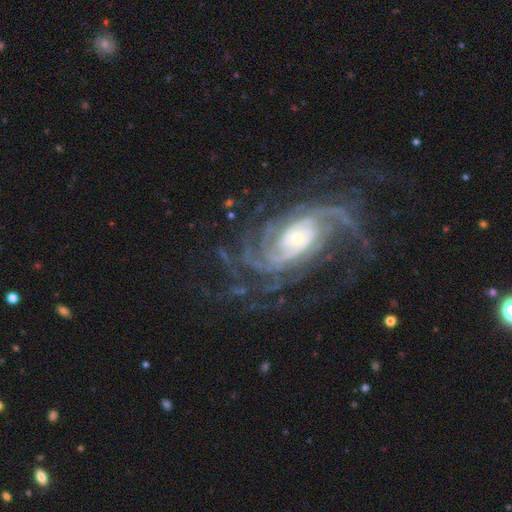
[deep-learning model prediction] Morphology: type=featured or disk (91%); edge-on=no (97%); bar=no (46%); spiral arms=yes (98%); winding=medium (45%); arm count=2 (25%); bulge=moderate (50%); merging=none (69%).